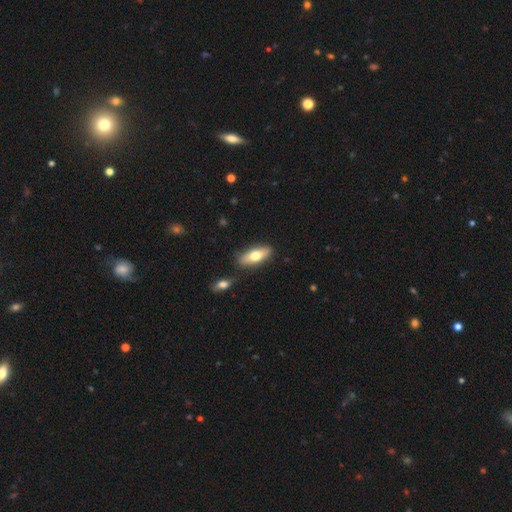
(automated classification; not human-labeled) This is likely a smooth galaxy (66%). How rounded: likely in between (70%). Merging: likely none (79%).